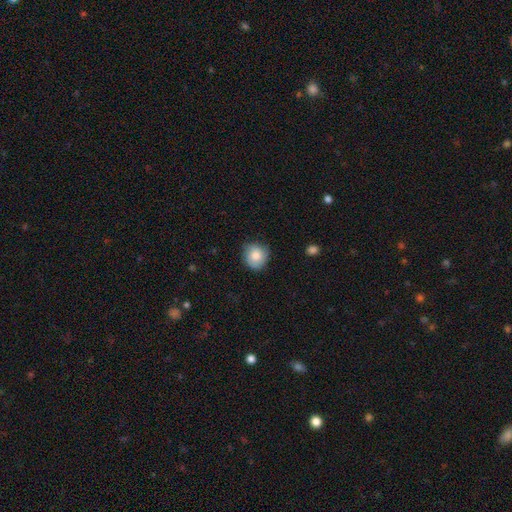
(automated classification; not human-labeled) smooth_or_featured: smooth (p=0.80) [alt: featured or disk p=0.13]
how_rounded: round (p=0.84) [alt: in between p=0.15]
merging: none (p=0.76) [alt: minor disturbance p=0.19]